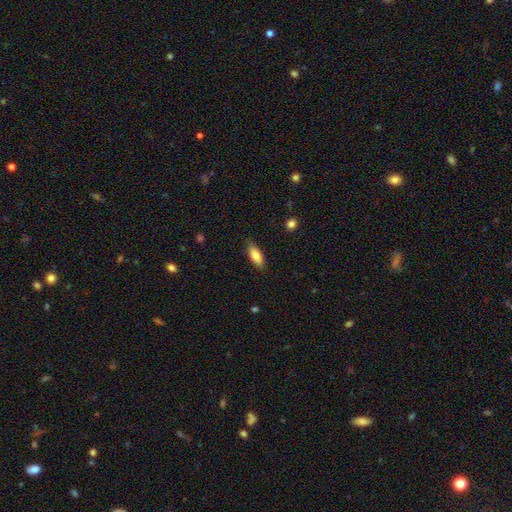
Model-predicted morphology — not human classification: A smooth galaxy with no disk features (85%) that is in between round and cigar-shaped (74%). Merging: none (83%).